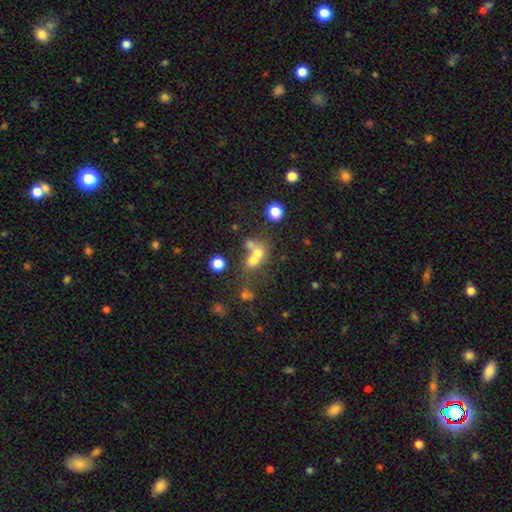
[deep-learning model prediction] smooth_or_featured: smooth (p=0.61) [alt: featured or disk p=0.21]
how_rounded: round (p=0.56) [alt: in between p=0.42]
merging: merger (p=0.57) [alt: none p=0.28]